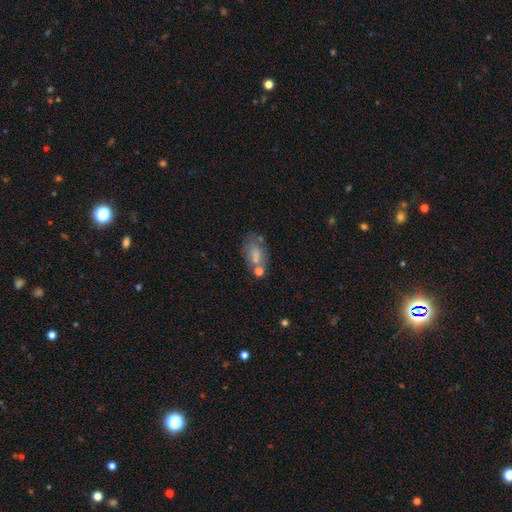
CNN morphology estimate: smooth 65%, featured or disk 23%, star or artifact 12%. Down the decision tree: how rounded — in between (86%); merging — none (45%).